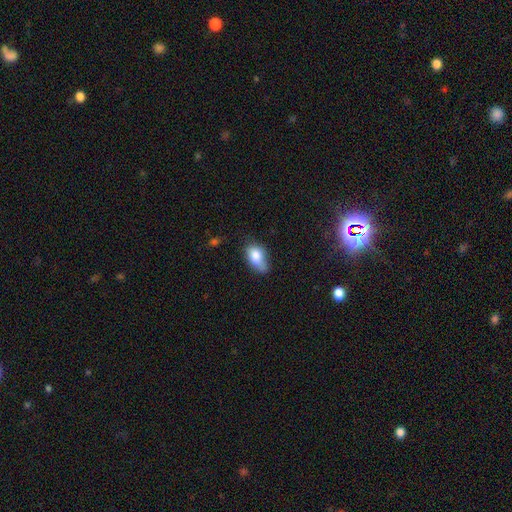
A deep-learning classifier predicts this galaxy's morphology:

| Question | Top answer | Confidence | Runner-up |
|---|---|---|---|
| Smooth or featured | smooth | 79% | featured or disk (12%) |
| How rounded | in between | 88% | round (9%) |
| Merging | minor disturbance | 41% | tied: none (41%) |